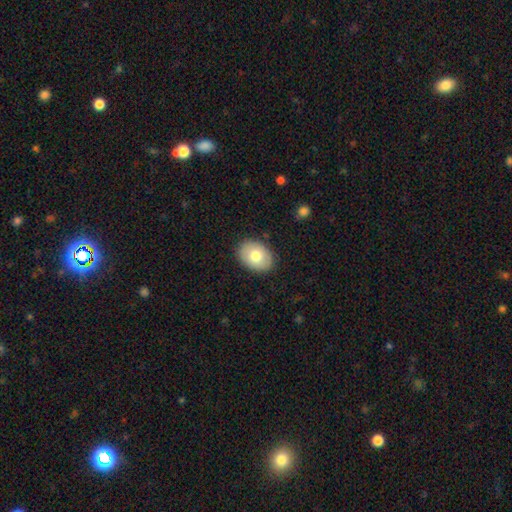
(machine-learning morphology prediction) Smooth or featured? smooth (75%)
How rounded? in between (76%)
Merging? none (87%)